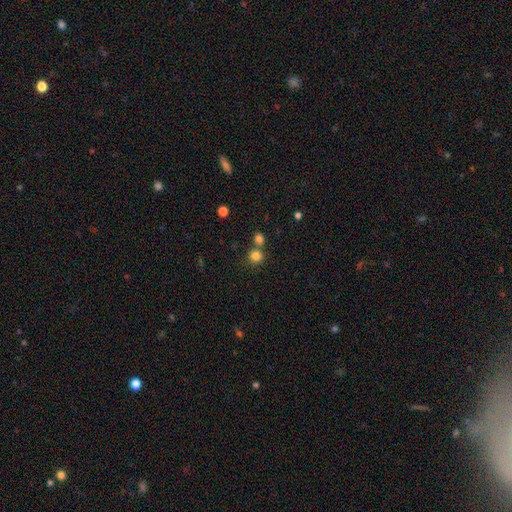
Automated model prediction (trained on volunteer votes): Morphology: type=smooth (81%); roundness=round (89%); merging=none (64%).